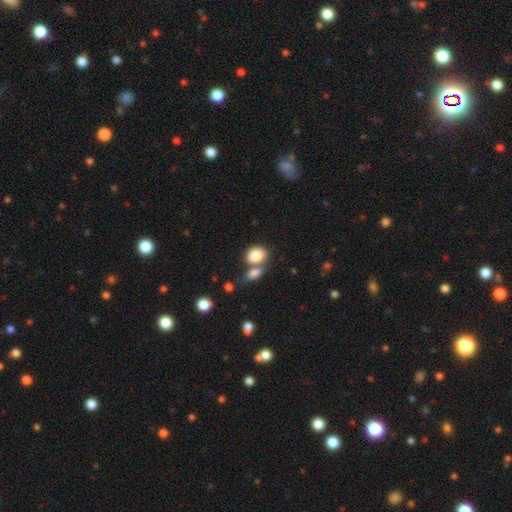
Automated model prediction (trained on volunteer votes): Smooth or featured: smooth — 84% (featured or disk — 8%)
How rounded: in between — 54% (round — 45%)
Merging: merger — 44% (none — 40%)